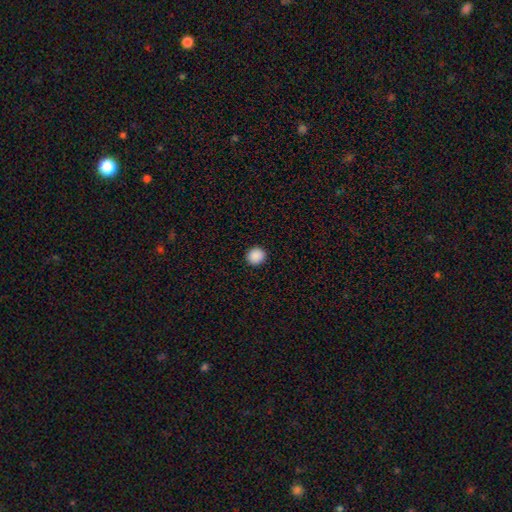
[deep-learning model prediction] smooth-or-featured: smooth: 89% | star or artifact: 9% | featured or disk: 2%
  how-rounded: round: 93% | in between: 6% | cigar-shaped: 1%
  merging: none: 93% | minor disturbance: 5% | major disturbance: 2% | merger: 1%